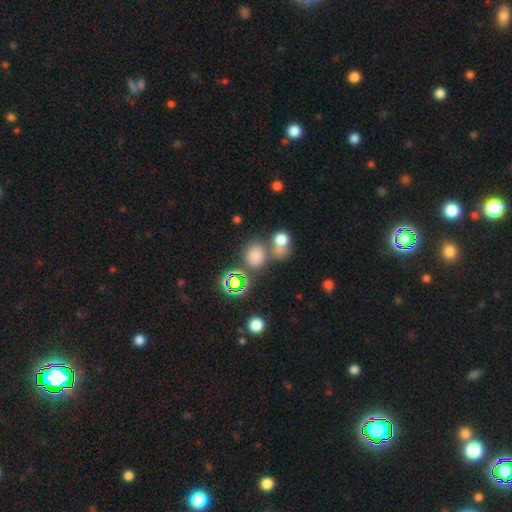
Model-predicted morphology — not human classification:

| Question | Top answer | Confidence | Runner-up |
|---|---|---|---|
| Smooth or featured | smooth | 64% | star or artifact (28%) |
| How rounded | round | 69% | in between (30%) |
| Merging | none | 53% | merger (31%) |